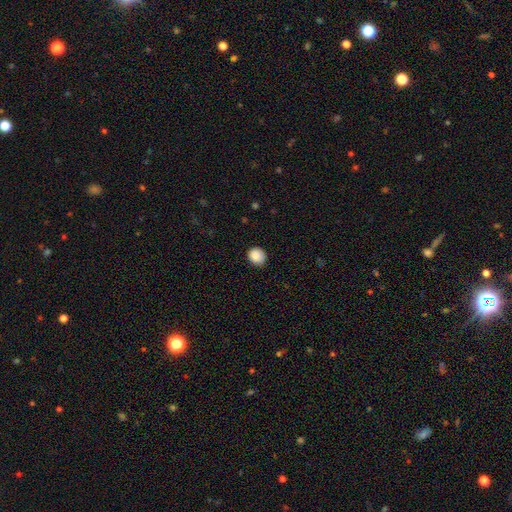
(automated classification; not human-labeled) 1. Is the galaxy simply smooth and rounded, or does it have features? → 88% smooth, 9% star or artifact, 4% featured or disk.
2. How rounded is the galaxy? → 74% round, 26% in between, 1% cigar-shaped.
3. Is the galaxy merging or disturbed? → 83% none, 13% minor disturbance, 2% major disturbance, 1% merger.